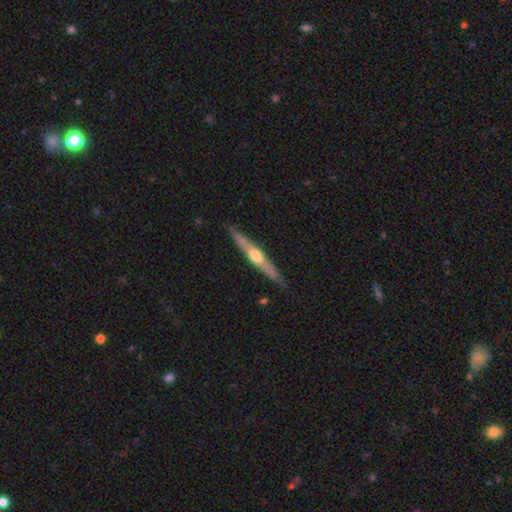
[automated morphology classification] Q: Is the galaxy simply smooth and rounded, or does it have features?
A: featured or disk — 67%.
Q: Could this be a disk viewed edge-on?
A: yes — 95%.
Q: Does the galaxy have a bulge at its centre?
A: rounded — 84%.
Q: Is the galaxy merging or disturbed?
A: none — 86%.